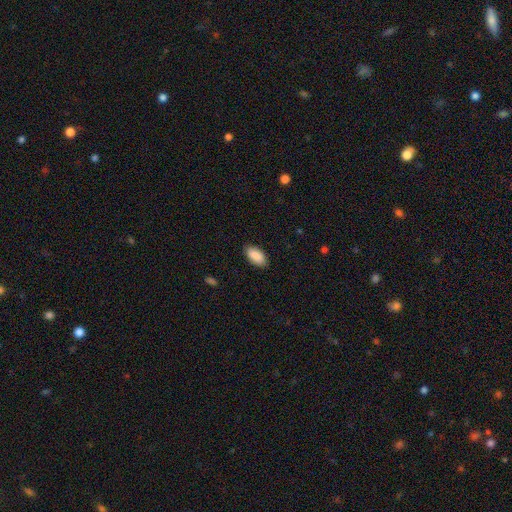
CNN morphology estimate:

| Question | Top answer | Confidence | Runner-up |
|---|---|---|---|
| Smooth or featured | smooth | 90% | star or artifact (6%) |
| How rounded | in between | 94% | cigar-shaped (4%) |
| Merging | none | 88% | minor disturbance (9%) |